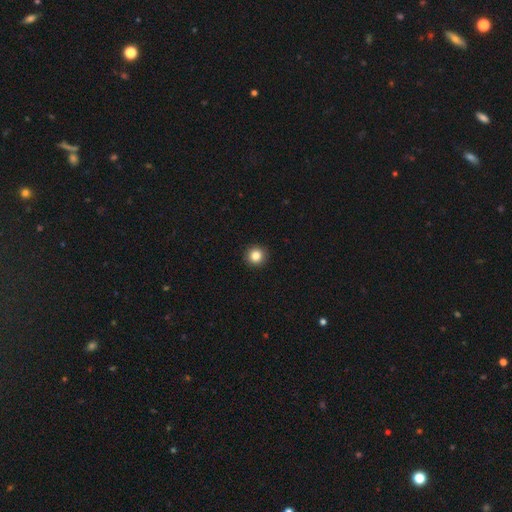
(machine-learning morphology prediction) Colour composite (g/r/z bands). It shows a smooth galaxy with no disk features (85%) that is round (94%). Merging: none (93%).